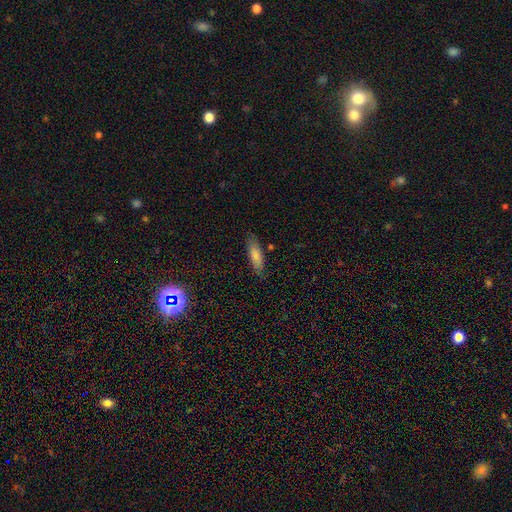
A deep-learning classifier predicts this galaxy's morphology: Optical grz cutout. It shows a smooth galaxy with no disk features (81%) that is in between round and cigar-shaped (53%). Merging: none (79%).